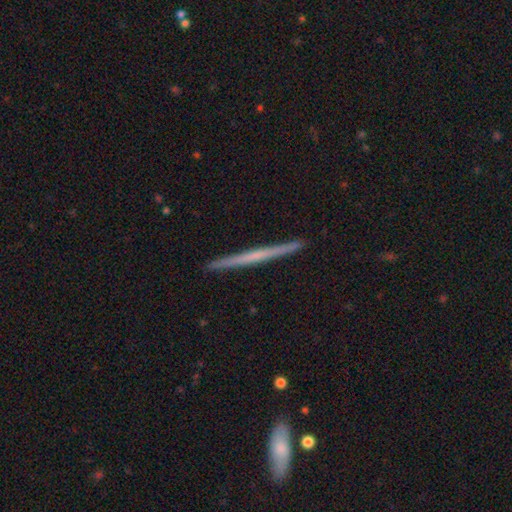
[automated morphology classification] Q: Smooth or featured?
A: featured or disk (62%); runner-up: smooth (32%)
Q: Edge-on disk?
A: yes (98%); runner-up: no (2%)
Q: Edge-on bulge?
A: none (80%); runner-up: rounded (15%)
Q: Merging?
A: none (93%); runner-up: minor disturbance (5%)